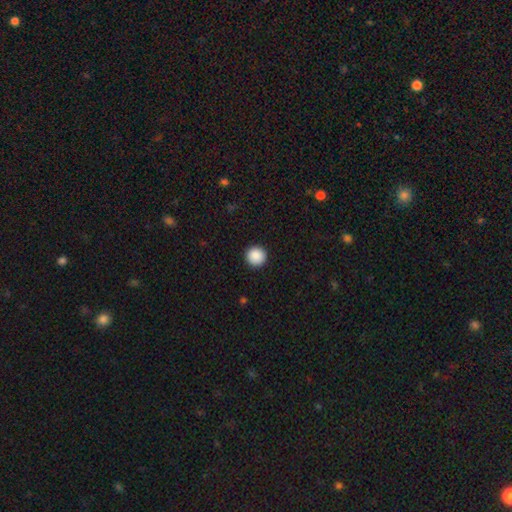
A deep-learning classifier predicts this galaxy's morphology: Smooth or featured: smooth — 89% (star or artifact — 8%)
How rounded: round — 96% (in between — 3%)
Merging: none — 93% (minor disturbance — 4%)